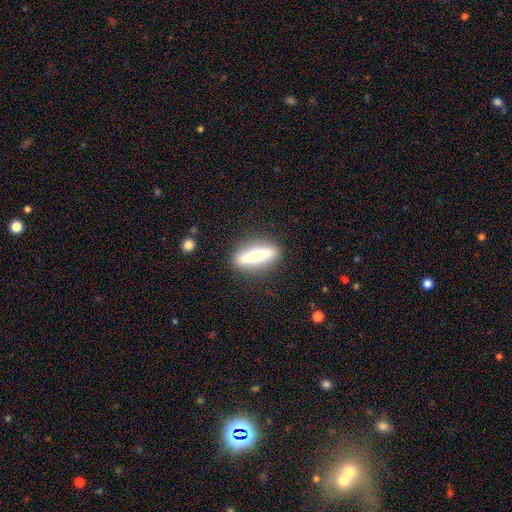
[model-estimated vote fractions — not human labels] This appears to be a featured or disk galaxy (57%) viewed edge-on (84%). Merging: none (87%).